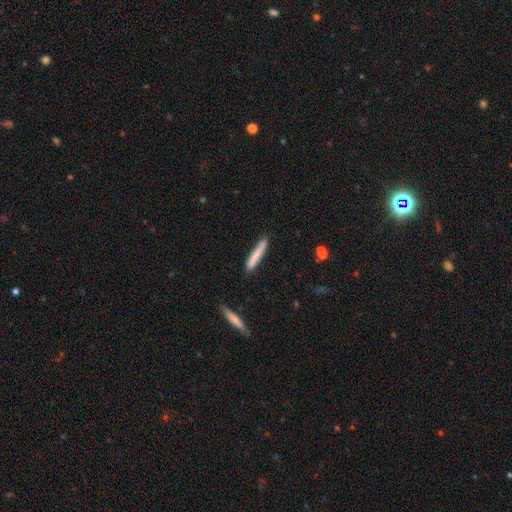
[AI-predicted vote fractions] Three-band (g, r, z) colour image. It shows a smooth galaxy with no disk features (76%) that is cigar-shaped (95%). Merging: none (87%).